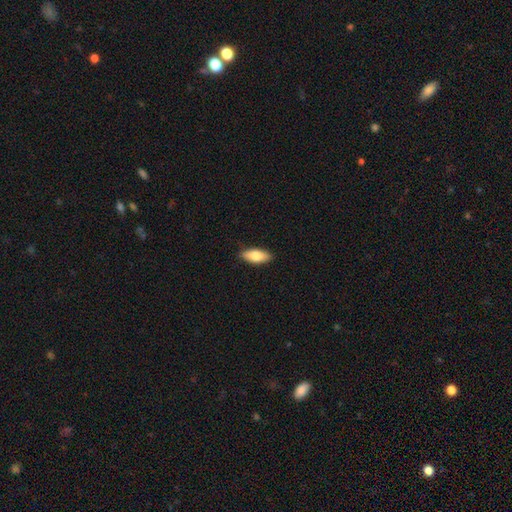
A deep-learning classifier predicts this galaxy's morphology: Q: Smooth or featured?
A: smooth (75%); runner-up: featured or disk (19%)
Q: How rounded?
A: in between (79%); runner-up: cigar-shaped (18%)
Q: Merging?
A: none (87%); runner-up: minor disturbance (10%)